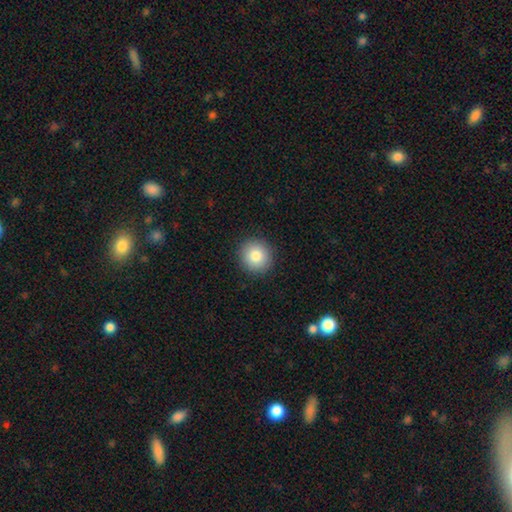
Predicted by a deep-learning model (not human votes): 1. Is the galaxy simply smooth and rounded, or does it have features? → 83% smooth, 9% star or artifact, 8% featured or disk.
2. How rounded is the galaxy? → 90% round, 9% in between, 1% cigar-shaped.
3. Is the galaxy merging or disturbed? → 91% none, 6% minor disturbance, 2% major disturbance, 1% merger.